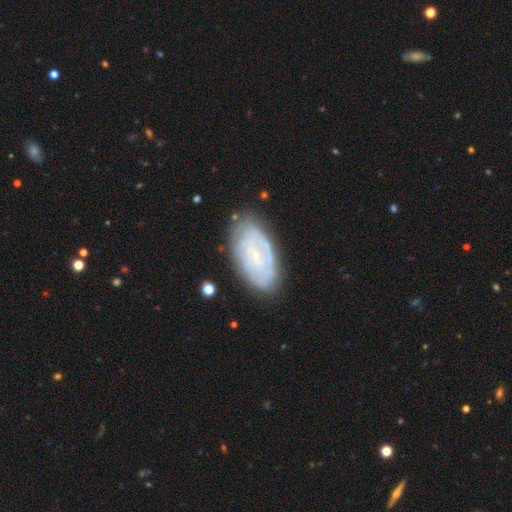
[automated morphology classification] Smooth or featured? featured or disk (70%)
Edge-on disk? no (94%)
Bar? no (68%)
Spiral arms? yes (69%)
Bulge size? small (81%)
Merging? none (77%)